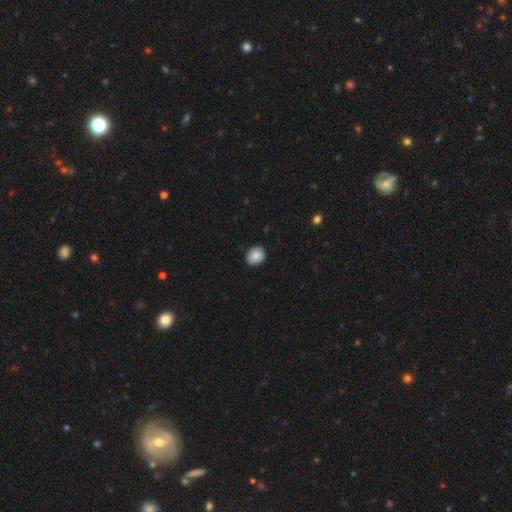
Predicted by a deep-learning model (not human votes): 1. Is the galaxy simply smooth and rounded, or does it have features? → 86% smooth, 8% star or artifact, 6% featured or disk.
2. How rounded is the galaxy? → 65% round, 34% in between, 1% cigar-shaped.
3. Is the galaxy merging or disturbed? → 88% none, 9% minor disturbance, 2% major disturbance, 1% merger.